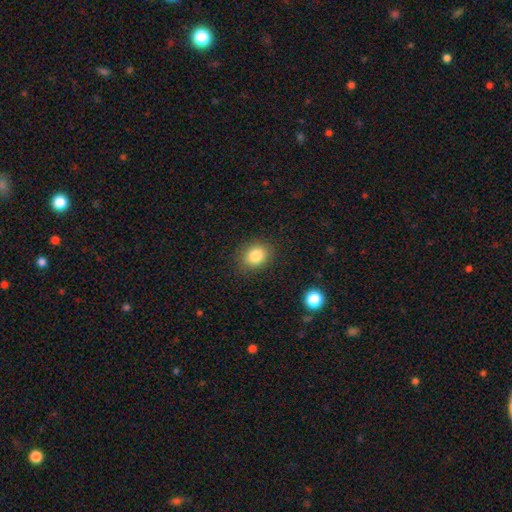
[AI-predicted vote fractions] Smooth or featured? smooth (84%)
How rounded? round (53%)
Merging? none (85%)